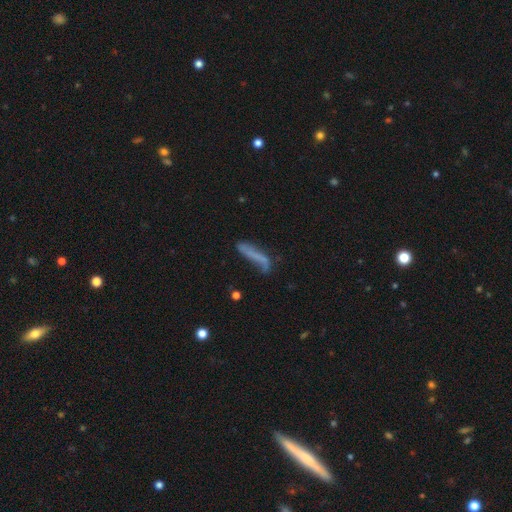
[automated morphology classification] smooth_or_featured: smooth (p=0.55) [alt: featured or disk p=0.35]
how_rounded: cigar-shaped (p=0.81) [alt: in between p=0.17]
merging: none (p=0.46) [alt: minor disturbance p=0.29]